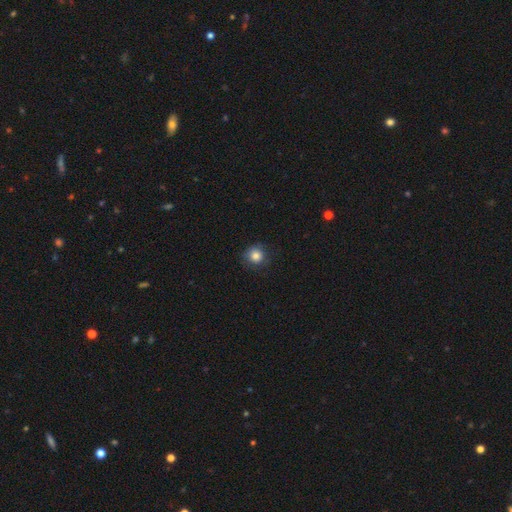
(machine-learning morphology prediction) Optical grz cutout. It shows a smooth galaxy with no disk features (82%) that is round (90%). Merging: none (79%).